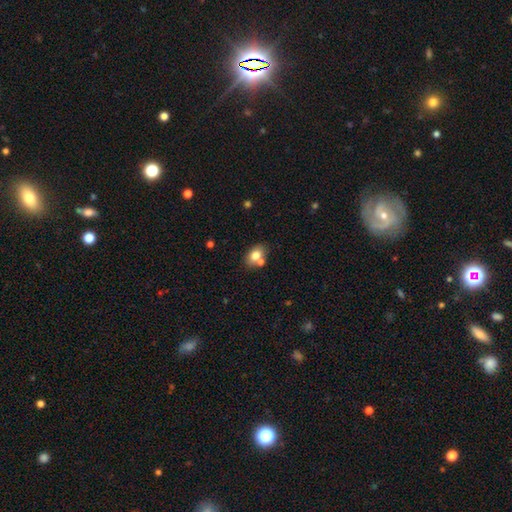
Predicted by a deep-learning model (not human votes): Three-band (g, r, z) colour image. It shows a smooth galaxy with no disk features (76%) that is in between round and cigar-shaped (75%). Merging: none (62%).